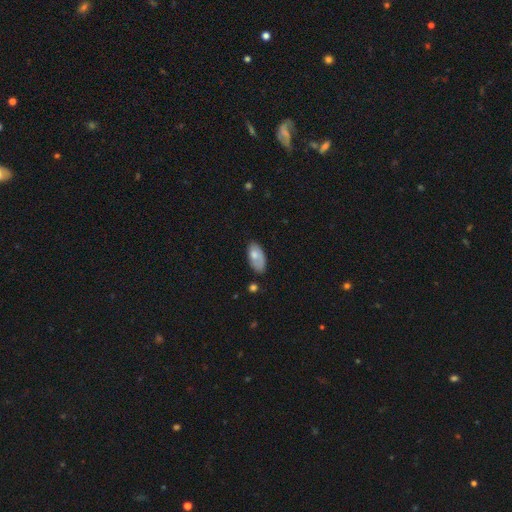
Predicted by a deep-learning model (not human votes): This is likely a smooth galaxy (72%). How rounded: clearly in between (92%). Merging: possibly none (55%).